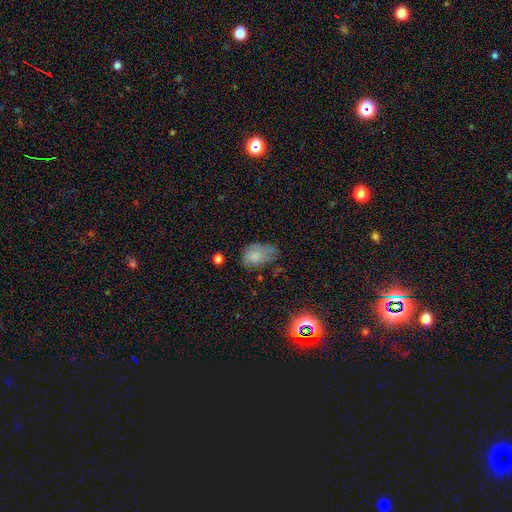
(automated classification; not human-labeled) This appears to be a smooth galaxy with no disk features (63%) that is in between round and cigar-shaped (82%). Merging: none (43%).